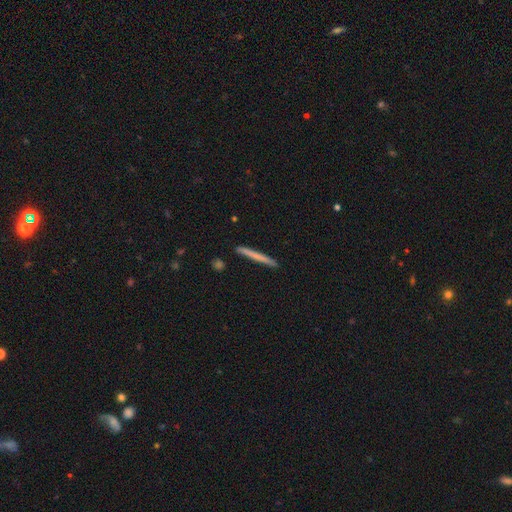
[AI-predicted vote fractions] This is likely a smooth galaxy (62%). How rounded: clearly cigar-shaped (97%). Merging: clearly none (90%).